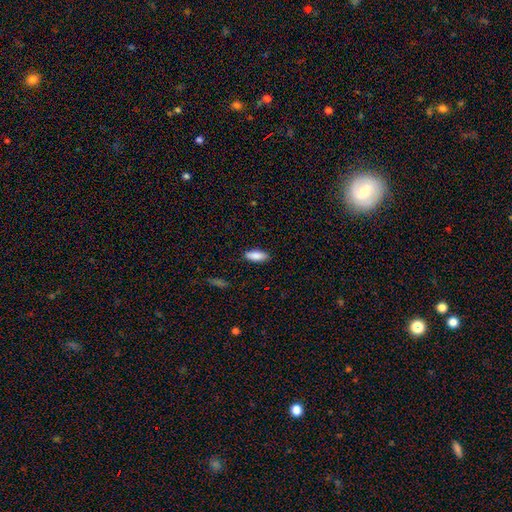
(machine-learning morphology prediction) This appears to be a smooth galaxy with no disk features (87%) that is in between round and cigar-shaped (77%). Merging: none (88%).